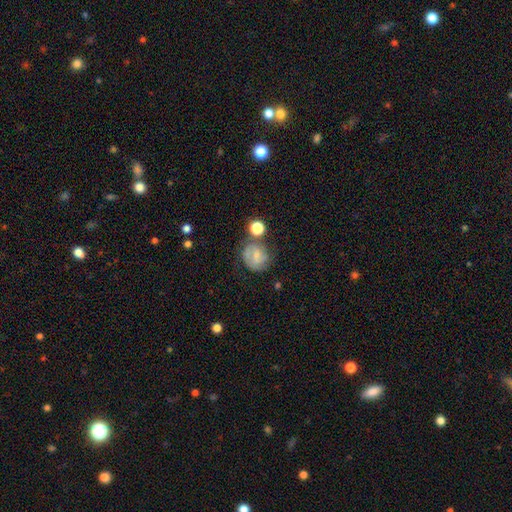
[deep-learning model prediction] Smooth or featured: smooth — 52% (featured or disk — 38%)
How rounded: round — 74% (in between — 25%)
Merging: none — 55% (minor disturbance — 21%)